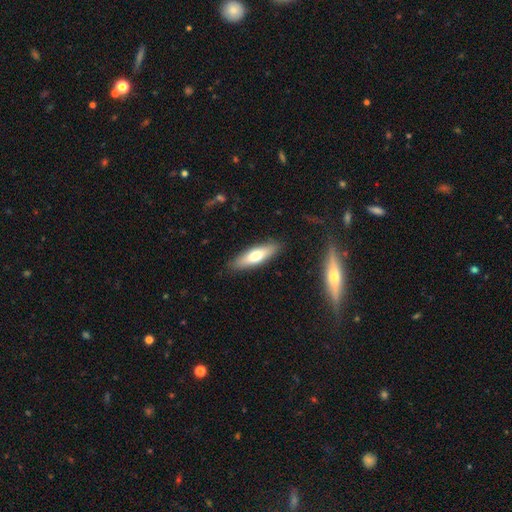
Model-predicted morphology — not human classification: smooth-or-featured: smooth: 64% | featured or disk: 30% | star or artifact: 6%
  how-rounded: cigar-shaped: 53% | in between: 45% | round: 2%
  merging: none: 88% | minor disturbance: 9% | major disturbance: 2% | merger: 1%